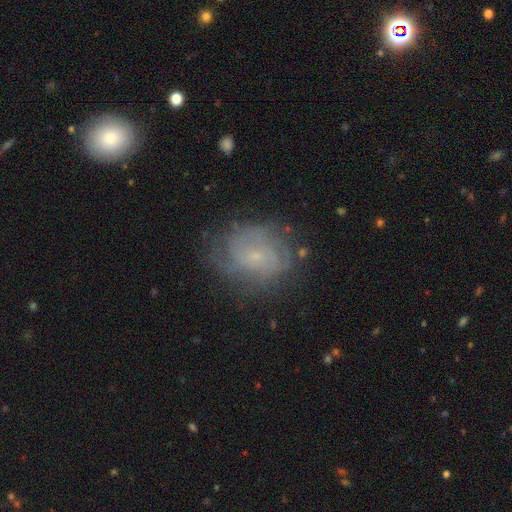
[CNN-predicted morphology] Smooth or featured: featured or disk — 67% (smooth — 23%)
Edge-on disk: no — 97% (yes — 3%)
Bar: no — 71% (weak — 26%)
Spiral arms: yes — 82% (no — 18%)
Spiral winding: tight — 55% (medium — 32%)
Spiral arm count: can't tell — 52% (2 — 20%)
Bulge size: small — 80% (moderate — 11%)
Merging: none — 68% (minor disturbance — 20%)